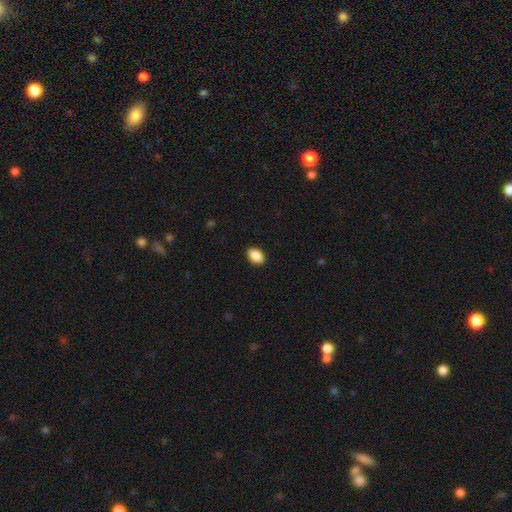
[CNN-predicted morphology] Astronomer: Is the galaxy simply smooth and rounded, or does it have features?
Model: smooth — 89%.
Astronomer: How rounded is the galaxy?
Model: in between — 91%.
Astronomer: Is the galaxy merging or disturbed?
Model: none — 90%.